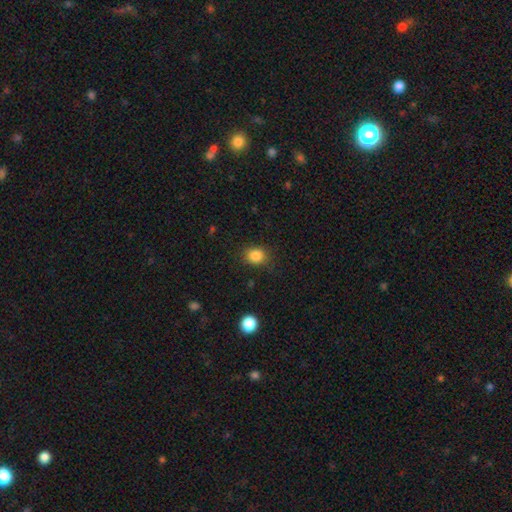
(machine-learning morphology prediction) A smooth galaxy with no disk features (85%) that is round (70%). Merging: none (83%).